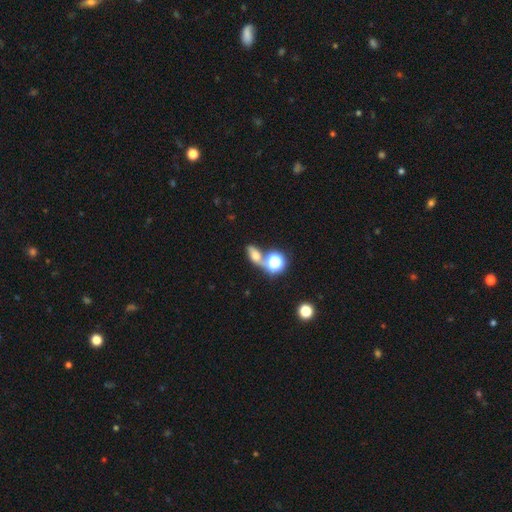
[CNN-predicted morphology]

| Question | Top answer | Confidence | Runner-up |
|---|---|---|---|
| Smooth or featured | smooth | 59% | star or artifact (23%) |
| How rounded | in between | 65% | round (25%) |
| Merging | none | 53% | merger (28%) |